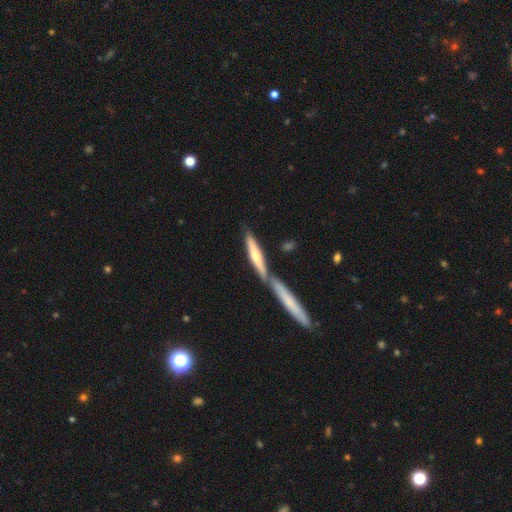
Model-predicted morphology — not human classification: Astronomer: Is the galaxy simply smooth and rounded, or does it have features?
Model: smooth — 54% (runner-up: featured or disk, 41%).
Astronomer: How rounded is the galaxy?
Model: cigar-shaped — 88%.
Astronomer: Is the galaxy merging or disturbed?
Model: none — 51% (runner-up: merger, 36%).